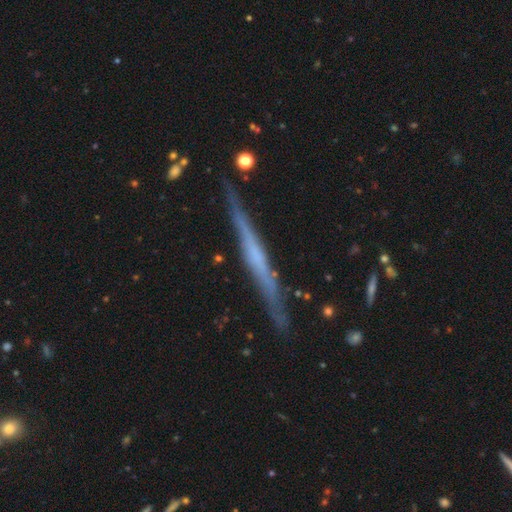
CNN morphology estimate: featured or disk 69%, smooth 25%, star or artifact 7%. Down the decision tree: edge-on disk — yes (97%); edge-on bulge — none (67%); merging — none (86%).